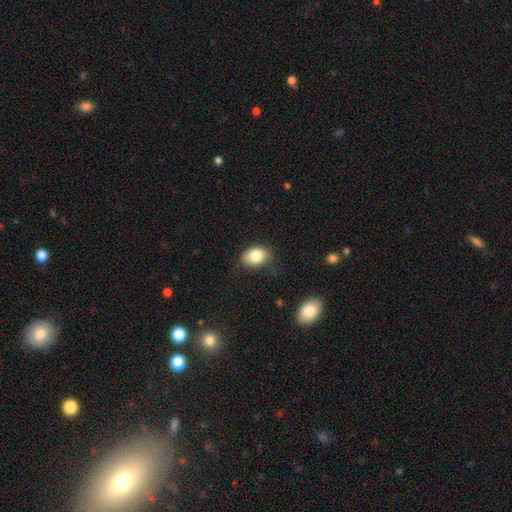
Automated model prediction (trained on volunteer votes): Smooth or featured: smooth — 82% (featured or disk — 9%)
How rounded: in between — 74% (round — 25%)
Merging: none — 62% (minor disturbance — 28%)